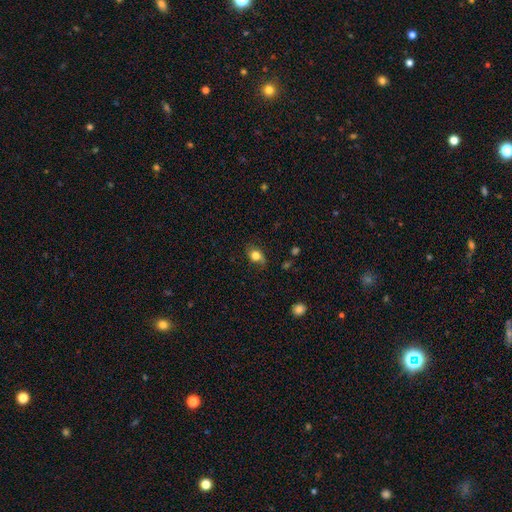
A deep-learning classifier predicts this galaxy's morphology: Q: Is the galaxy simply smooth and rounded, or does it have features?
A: smooth — 79%.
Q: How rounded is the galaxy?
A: in between — 57%.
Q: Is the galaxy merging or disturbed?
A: none — 69%.